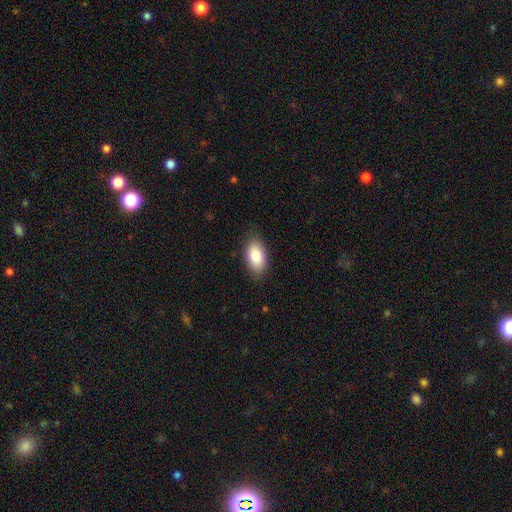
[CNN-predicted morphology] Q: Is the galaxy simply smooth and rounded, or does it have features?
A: smooth — 84%.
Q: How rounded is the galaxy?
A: in between — 93%.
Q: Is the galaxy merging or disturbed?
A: none — 83%.